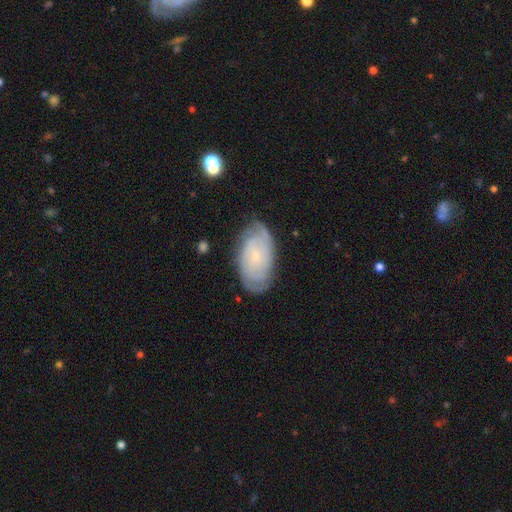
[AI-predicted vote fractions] This appears to be a featured or disk galaxy (74%) with no bar (76%), tight (71%) spiral arms (92%) and a small central bulge (81%). Merging: none (77%).